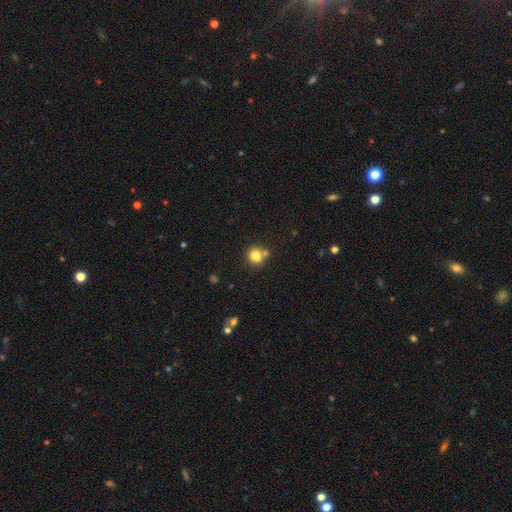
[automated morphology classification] Smooth or featured? smooth (80%)
How rounded? round (81%)
Merging? none (59%)